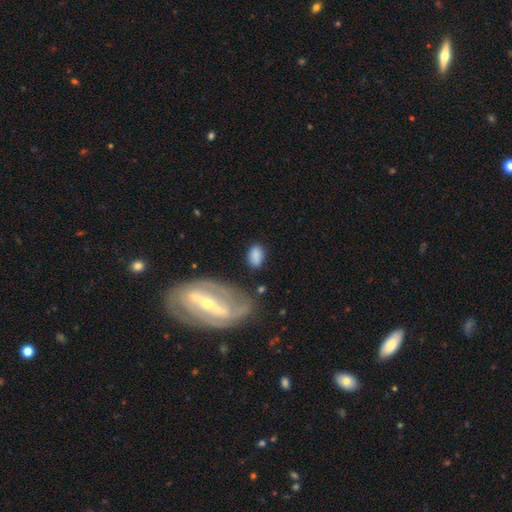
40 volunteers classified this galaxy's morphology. Volunteers were most divided on "merging": none: 75%, major disturbance: 15%, minor disturbance: 10%, merger: 0%. More confident: how rounded — in between (97%); smooth or featured — smooth (82%).